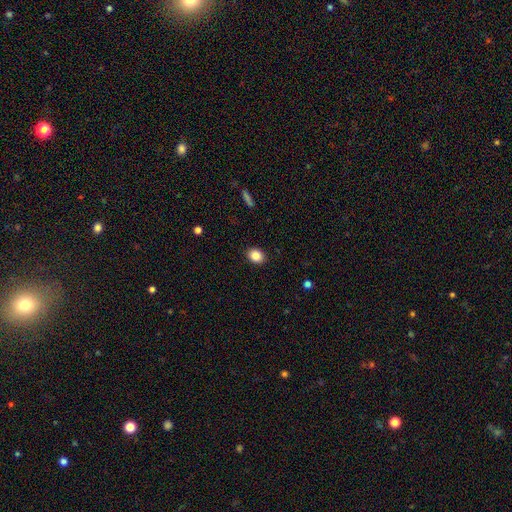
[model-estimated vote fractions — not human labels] Q: Smooth or featured?
A: smooth (85%); runner-up: star or artifact (9%)
Q: How rounded?
A: in between (50%); runner-up: round (49%)
Q: Merging?
A: none (90%); runner-up: minor disturbance (7%)